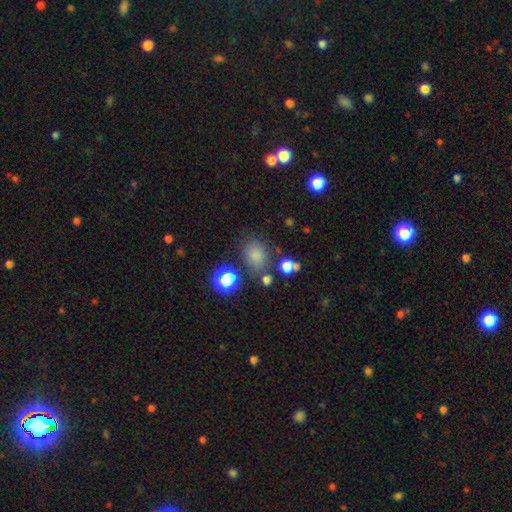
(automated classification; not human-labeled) This appears to be a smooth galaxy with no disk features (76%) that is in between round and cigar-shaped (56%). Merging: none (70%).